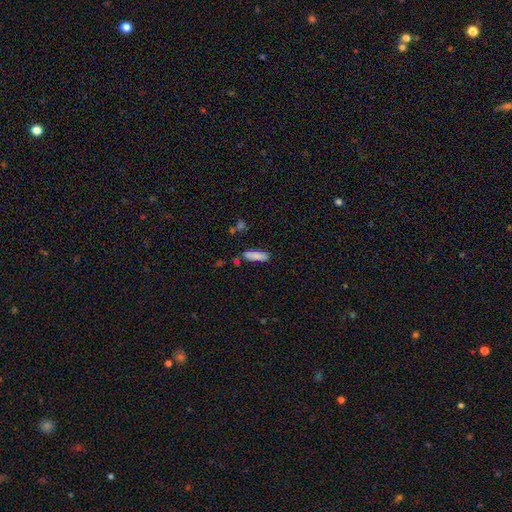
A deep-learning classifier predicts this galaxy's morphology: smooth 84%, featured or disk 10%, star or artifact 7%. Down the decision tree: how rounded — cigar-shaped (61%); merging — none (79%).